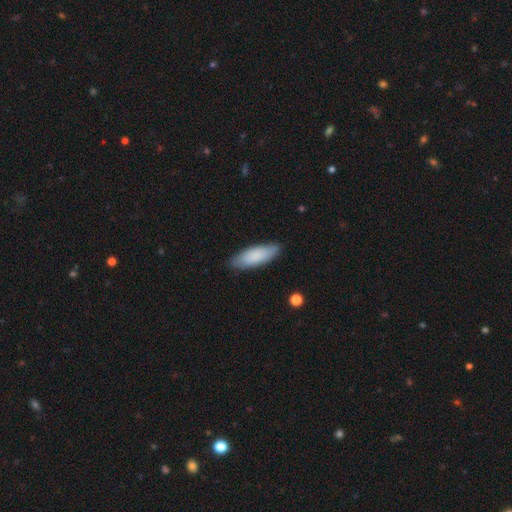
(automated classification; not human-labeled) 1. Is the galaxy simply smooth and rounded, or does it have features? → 85% smooth, 9% featured or disk, 5% star or artifact.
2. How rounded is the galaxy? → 65% in between, 34% cigar-shaped, 2% round.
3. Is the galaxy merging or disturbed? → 85% none, 12% minor disturbance, 2% major disturbance, 1% merger.